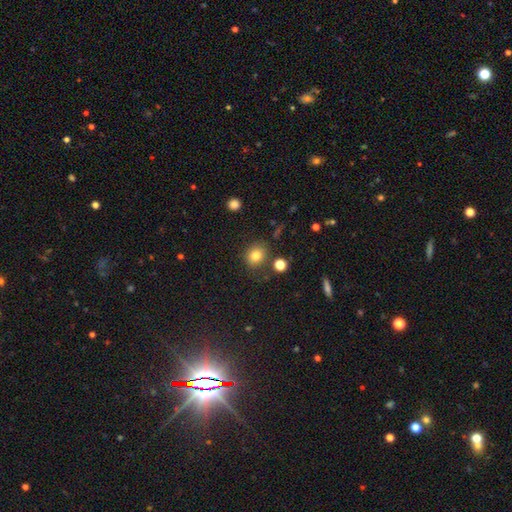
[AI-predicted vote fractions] A smooth galaxy with no disk features (81%) that is round (70%). Merging: none (79%).